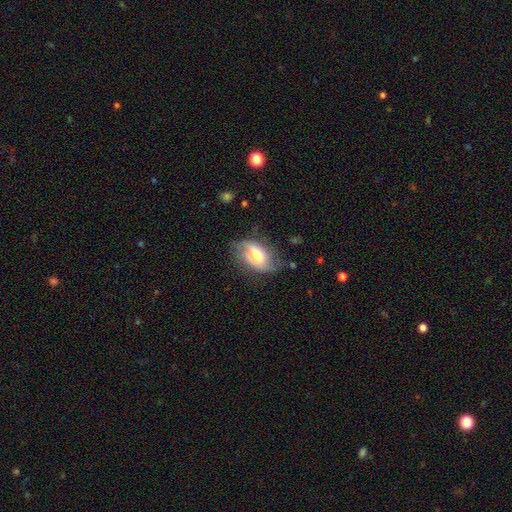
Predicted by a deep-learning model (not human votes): This appears to be a featured or disk galaxy (47%). Merging: none (62%).